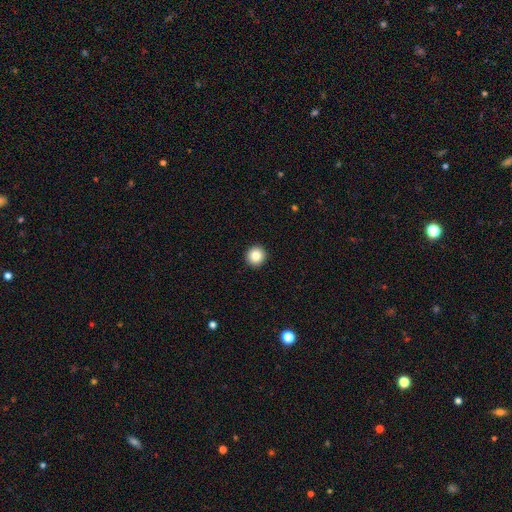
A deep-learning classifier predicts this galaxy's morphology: A smooth galaxy with no disk features (84%) that is round (95%).

Vote fractions:
- Smooth or featured? smooth: 84% / star or artifact: 9% / featured or disk: 6%
- How rounded? round: 95% / in between: 4% / cigar-shaped: 1%
- Merging? none: 94% / minor disturbance: 4% / major disturbance: 1% / merger: 1%